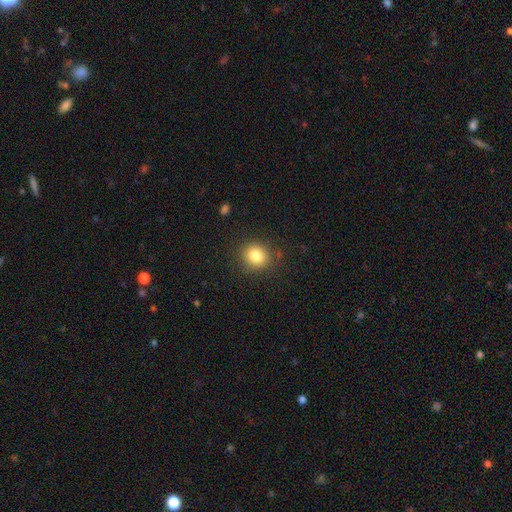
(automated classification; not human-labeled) Smooth or featured?
  - smooth: 83% *
  - star or artifact: 11%
  - featured or disk: 6%
How rounded?
  - round: 81% *
  - in between: 18%
  - cigar-shaped: 1%
Merging?
  - none: 87% *
  - minor disturbance: 9%
  - major disturbance: 3%
  - merger: 1%